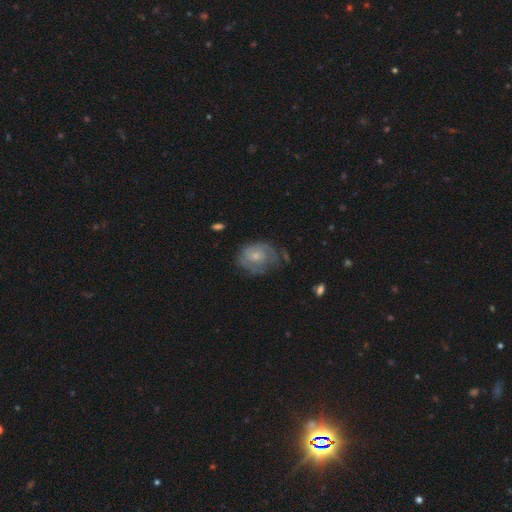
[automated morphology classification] Overall: featured or disk (59%; smooth 34%). Edge-on disk: no (97%). Bar: no (76%). Spiral arms: yes (76%). Bulge size: small (58%; moderate 35%). Merging: none (56%; minor disturbance 27%).